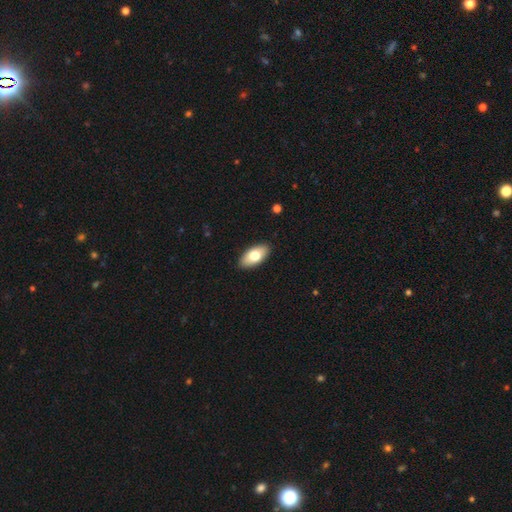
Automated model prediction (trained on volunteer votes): smooth_or_featured: smooth (p=0.73) [alt: featured or disk p=0.21]
how_rounded: in between (p=0.93) [alt: cigar-shaped p=0.05]
merging: none (p=0.89) [alt: minor disturbance p=0.08]